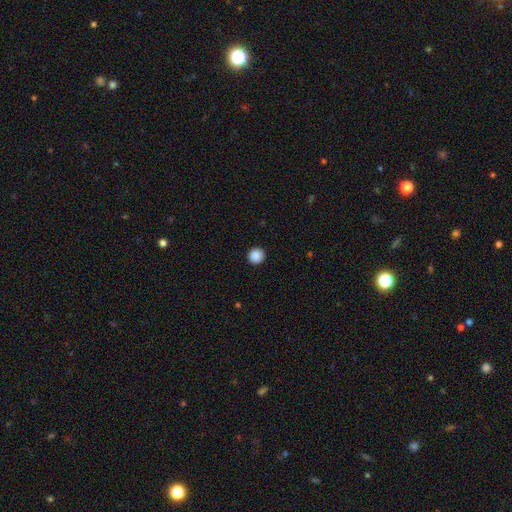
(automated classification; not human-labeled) smooth 89%, star or artifact 9%, featured or disk 2%. Down the decision tree: how rounded — round (95%); merging — none (93%).